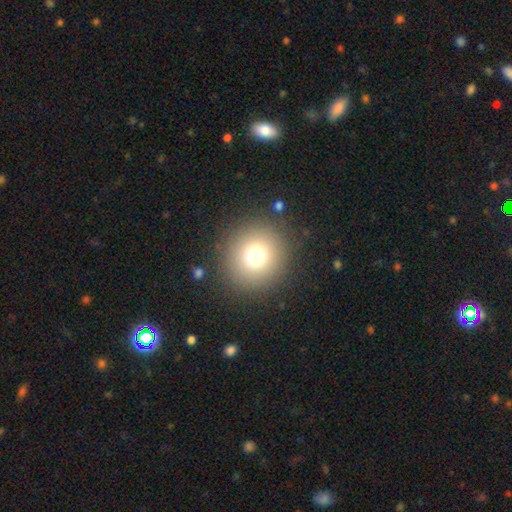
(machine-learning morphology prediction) This appears to be a smooth galaxy with no disk features (72%) that is round (94%). Merging: none (88%).